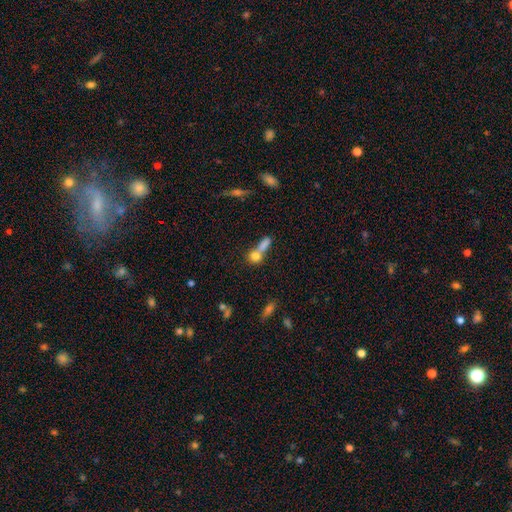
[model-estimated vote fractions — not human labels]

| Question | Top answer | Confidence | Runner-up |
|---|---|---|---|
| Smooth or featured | smooth | 76% | featured or disk (12%) |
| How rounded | round | 61% | in between (30%) |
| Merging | merger | 52% | none (35%) |